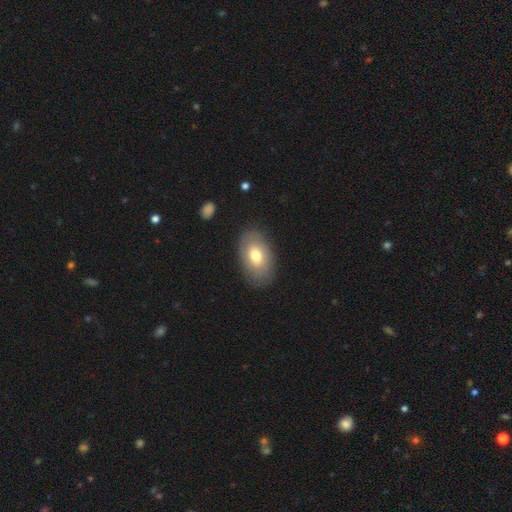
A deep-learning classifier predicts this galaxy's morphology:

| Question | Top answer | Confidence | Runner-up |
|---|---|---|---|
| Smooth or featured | smooth | 69% | featured or disk (24%) |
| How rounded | in between | 91% | round (7%) |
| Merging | none | 83% | minor disturbance (12%) |